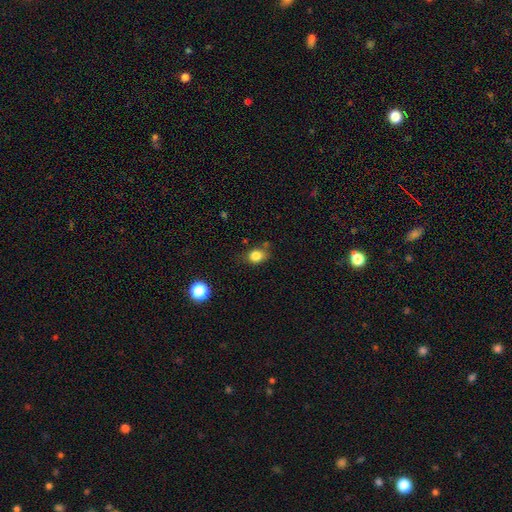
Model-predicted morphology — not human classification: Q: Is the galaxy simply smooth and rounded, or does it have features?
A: smooth — 82%.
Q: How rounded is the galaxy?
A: in between — 52%.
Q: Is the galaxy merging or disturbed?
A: none — 68%.